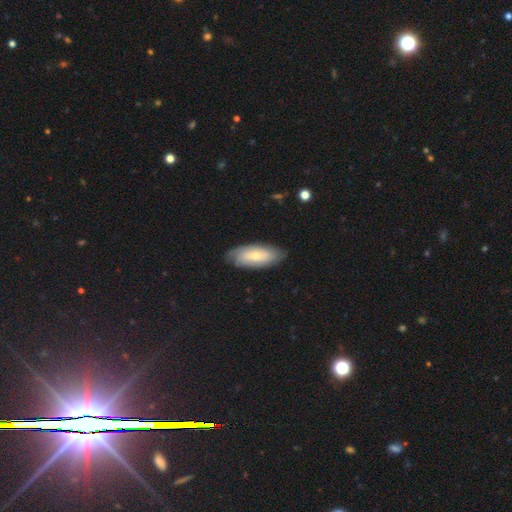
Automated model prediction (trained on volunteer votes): smooth_or_featured: smooth (p=0.51) [alt: featured or disk p=0.43]
how_rounded: in between (p=0.78) [alt: cigar-shaped p=0.20]
merging: none (p=0.79) [alt: minor disturbance p=0.16]